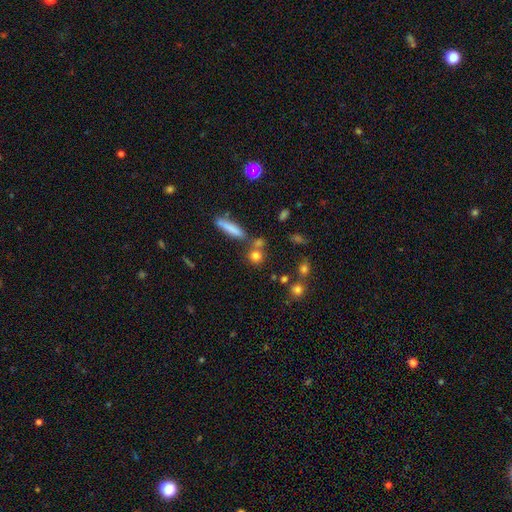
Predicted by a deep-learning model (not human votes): A smooth galaxy with no disk features (77%) that is round (73%).

Vote fractions:
- Smooth or featured? smooth: 77% / star or artifact: 13% / featured or disk: 10%
- How rounded? round: 73% / in between: 17% / cigar-shaped: 10%
- Merging? none: 64% / merger: 23% / minor disturbance: 10% / major disturbance: 4%